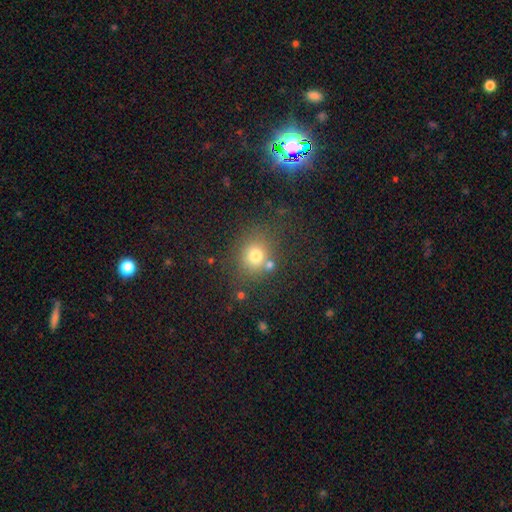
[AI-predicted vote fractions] Smooth or featured?
  - smooth: 74% *
  - star or artifact: 16%
  - featured or disk: 10%
How rounded?
  - round: 76% *
  - in between: 23%
  - cigar-shaped: 1%
Merging?
  - none: 68% *
  - minor disturbance: 13%
  - merger: 12%
  - major disturbance: 6%